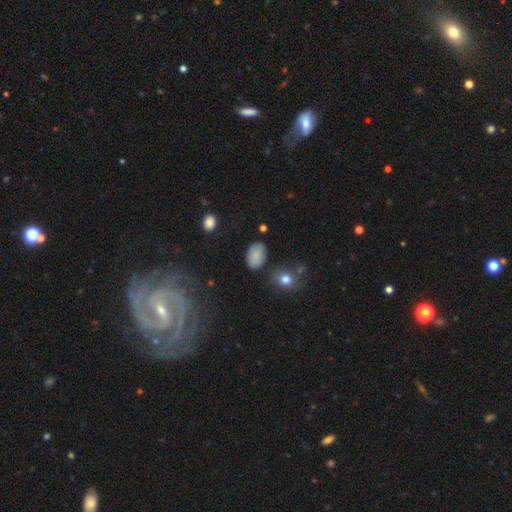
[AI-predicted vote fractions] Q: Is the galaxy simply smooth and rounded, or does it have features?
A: smooth — 82%.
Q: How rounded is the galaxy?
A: in between — 87%.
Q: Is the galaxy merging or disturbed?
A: none — 77%.